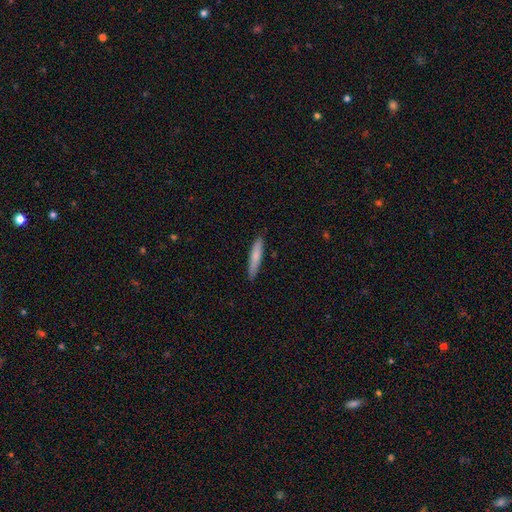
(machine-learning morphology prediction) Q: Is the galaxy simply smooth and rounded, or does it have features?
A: smooth — 75%.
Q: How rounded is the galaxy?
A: cigar-shaped — 89%.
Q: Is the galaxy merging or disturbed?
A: none — 88%.